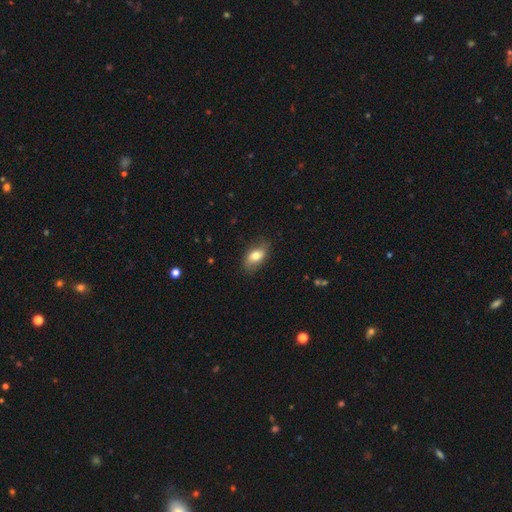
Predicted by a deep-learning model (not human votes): The model was most divided on "smooth or featured": smooth: 74%, featured or disk: 19%, star or artifact: 7%. More confident: how rounded — in between (88%); merging — none (78%).